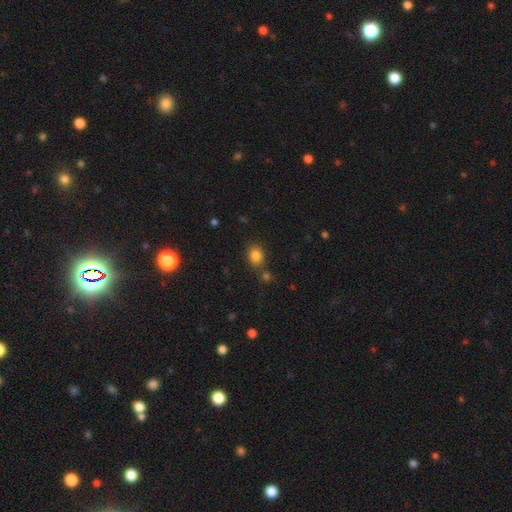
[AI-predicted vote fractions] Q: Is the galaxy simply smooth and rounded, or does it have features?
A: smooth — 83%.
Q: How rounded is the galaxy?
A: in between — 51%.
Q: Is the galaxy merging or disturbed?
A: none — 74%.